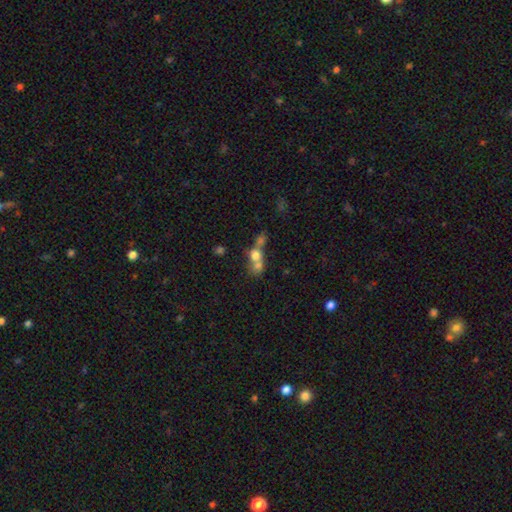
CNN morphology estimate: This appears to be a smooth galaxy with no disk features (65%) that is round (66%). Merging: merger (70%).